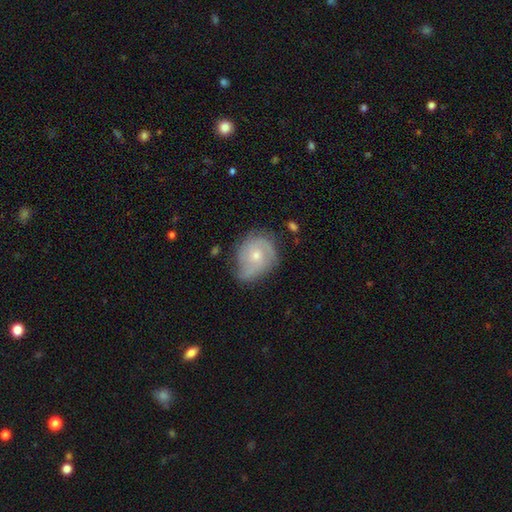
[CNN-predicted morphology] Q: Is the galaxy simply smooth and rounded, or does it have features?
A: featured or disk — 64%.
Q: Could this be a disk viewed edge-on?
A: no — 97%.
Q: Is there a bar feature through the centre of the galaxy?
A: no — 79%.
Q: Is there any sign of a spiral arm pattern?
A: yes — 85%.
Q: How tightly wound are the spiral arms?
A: tight — 46%.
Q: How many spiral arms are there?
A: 2 — 35%.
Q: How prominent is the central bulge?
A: small — 54%.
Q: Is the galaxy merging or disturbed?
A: none — 56%.